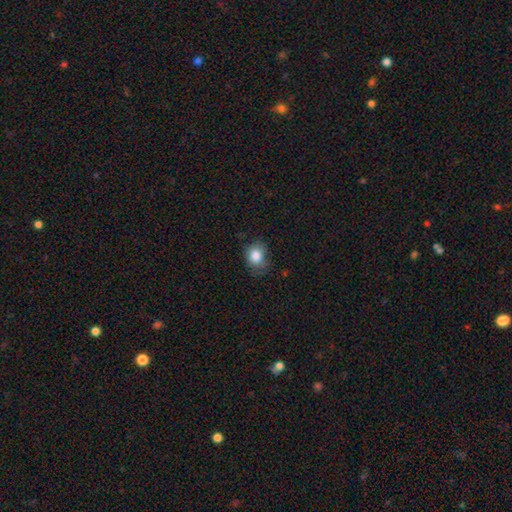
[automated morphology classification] A smooth galaxy with no disk features (84%) that is round (59%).

Vote fractions:
- Smooth or featured? smooth: 84% / star or artifact: 10% / featured or disk: 6%
- How rounded? round: 59% / in between: 40% / cigar-shaped: 1%
- Merging? none: 64% / minor disturbance: 28% / major disturbance: 8% / merger: 1%